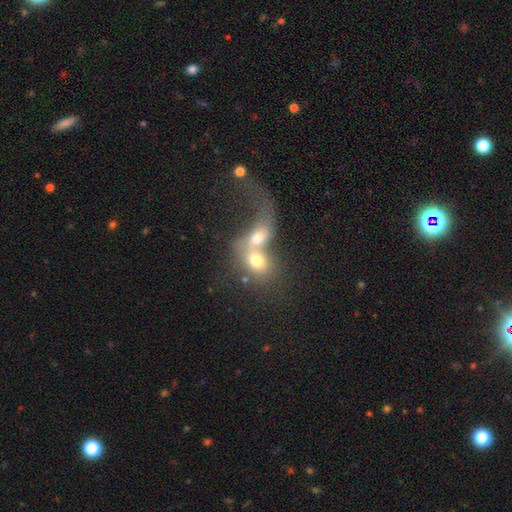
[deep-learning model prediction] The model was most divided on "smooth or featured": smooth: 50%, featured or disk: 38%, star or artifact: 12%. More confident: merging — merger (82%).